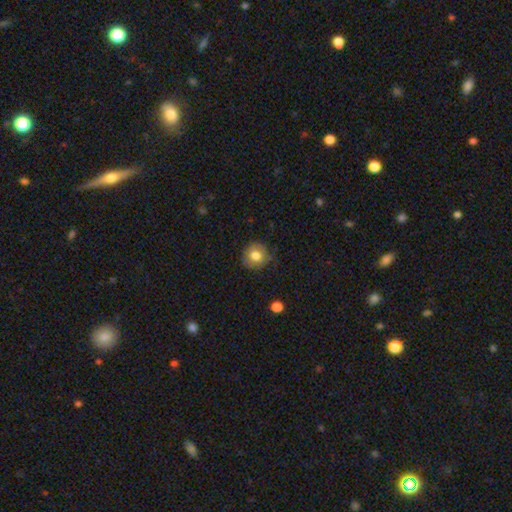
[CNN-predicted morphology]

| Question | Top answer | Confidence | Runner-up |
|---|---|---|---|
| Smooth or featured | smooth | 79% | featured or disk (12%) |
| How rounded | round | 89% | in between (10%) |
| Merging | none | 81% | minor disturbance (15%) |